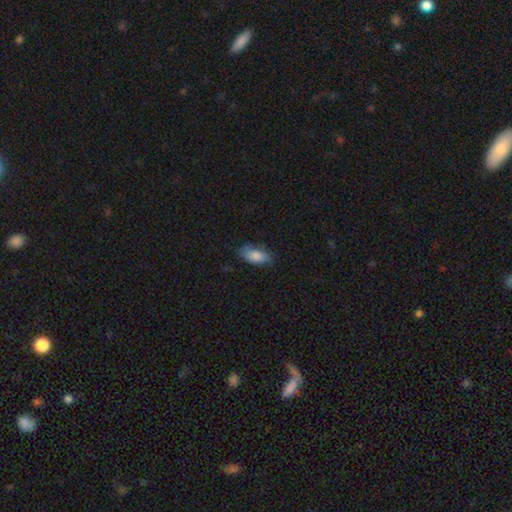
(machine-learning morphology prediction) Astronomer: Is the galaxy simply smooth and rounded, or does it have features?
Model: smooth — 85%.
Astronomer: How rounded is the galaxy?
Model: in between — 87%.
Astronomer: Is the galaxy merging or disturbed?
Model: none — 73%.